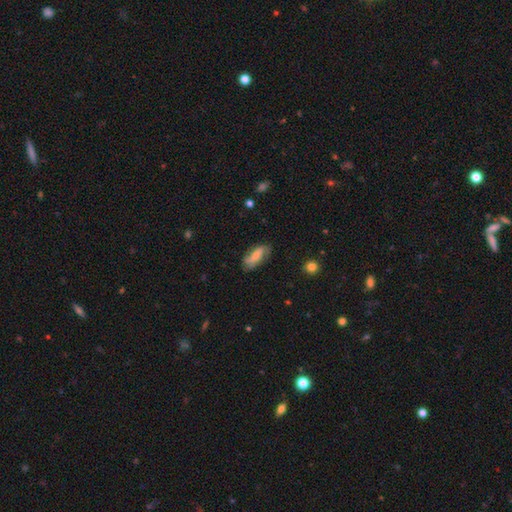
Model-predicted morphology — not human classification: This is possibly a smooth galaxy (48%). Merging: likely none (69%).